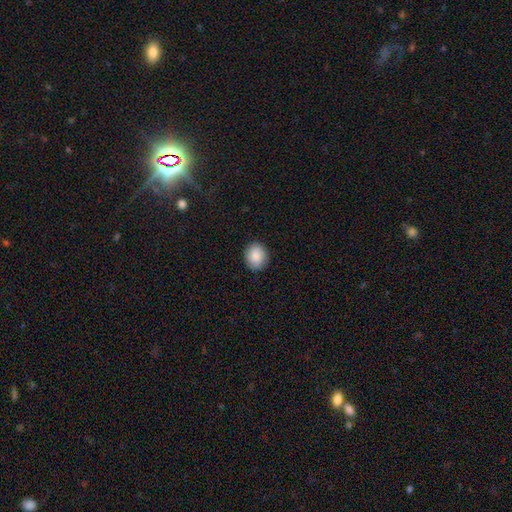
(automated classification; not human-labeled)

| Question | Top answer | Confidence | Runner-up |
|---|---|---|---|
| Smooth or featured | smooth | 87% | star or artifact (7%) |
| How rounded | round | 60% | in between (39%) |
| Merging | none | 88% | minor disturbance (9%) |